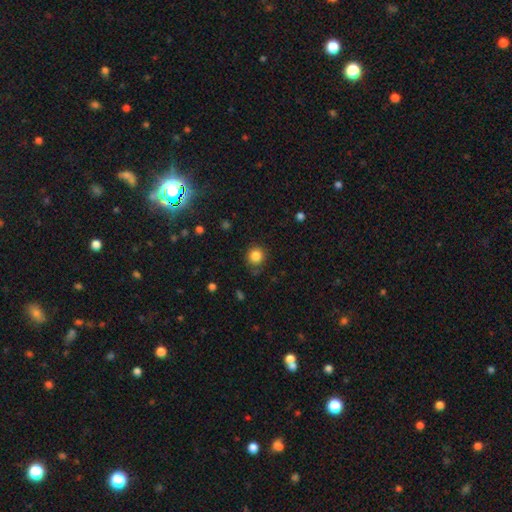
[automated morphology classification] Smooth or featured: smooth — 84% (star or artifact — 11%)
How rounded: round — 90% (in between — 9%)
Merging: none — 82% (minor disturbance — 13%)